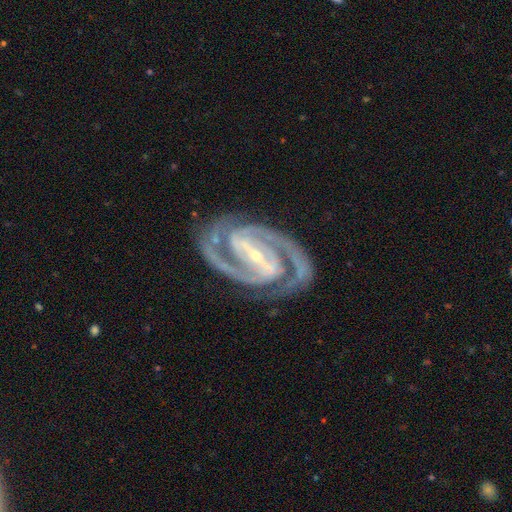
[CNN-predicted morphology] Q: Smooth or featured?
A: featured or disk (94%); runner-up: star or artifact (4%)
Q: Edge-on disk?
A: no (97%); runner-up: yes (3%)
Q: Bar?
A: strong (79%); runner-up: weak (15%)
Q: Spiral arms?
A: yes (99%); runner-up: no (1%)
Q: Spiral winding?
A: tight (52%); runner-up: medium (43%)
Q: Spiral arm count?
A: 2 (91%); runner-up: 3 (4%)
Q: Bulge size?
A: small (82%); runner-up: moderate (14%)
Q: Merging?
A: none (83%); runner-up: minor disturbance (12%)